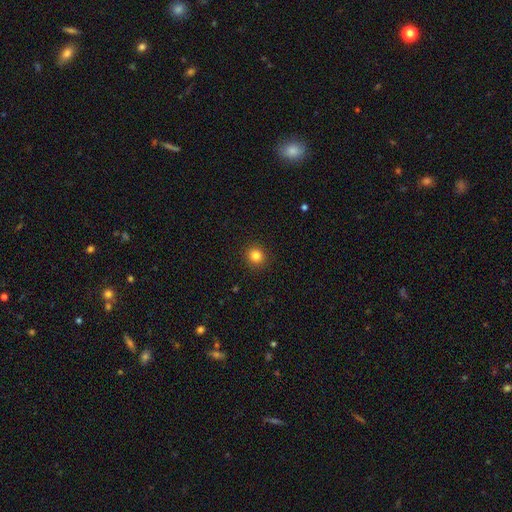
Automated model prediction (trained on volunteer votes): Smooth or featured: smooth — 83% (star or artifact — 12%)
How rounded: round — 89% (in between — 10%)
Merging: none — 92% (minor disturbance — 5%)